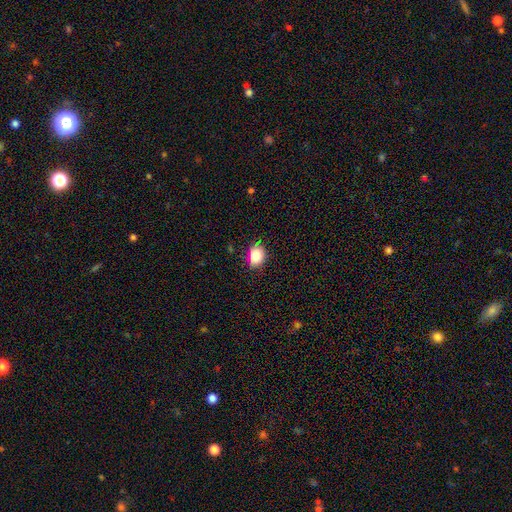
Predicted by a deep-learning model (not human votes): Smooth or featured: smooth — 86% (star or artifact — 9%)
How rounded: in between — 69% (round — 30%)
Merging: none — 77% (minor disturbance — 18%)